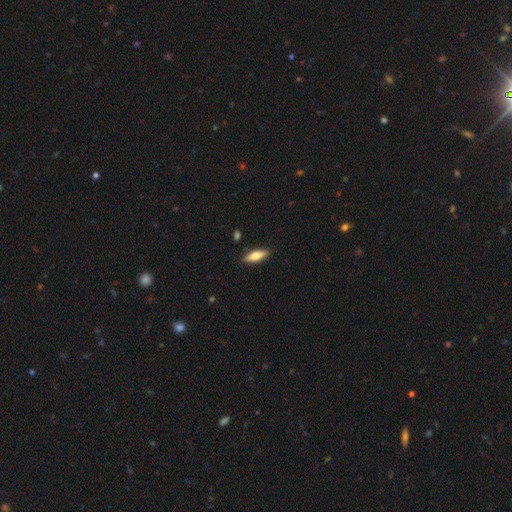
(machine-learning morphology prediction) This appears to be a smooth galaxy with no disk features (71%) that is in between round and cigar-shaped (57%). Merging: none (87%).